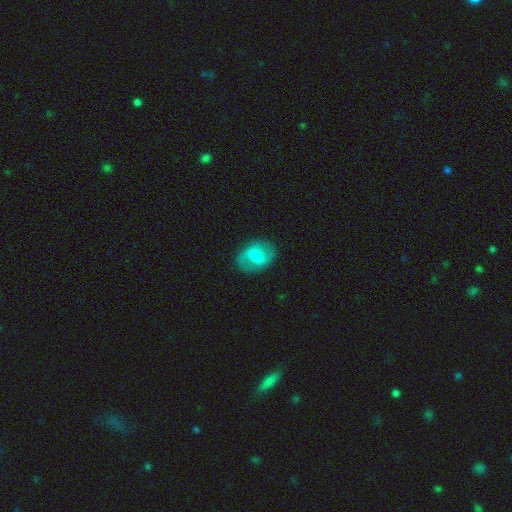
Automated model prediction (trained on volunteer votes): Smooth or featured: featured or disk — 57% (smooth — 36%)
Edge-on disk: no — 97% (yes — 3%)
Bar: weak — 53% (no — 24%)
Spiral arms: yes — 85% (no — 15%)
Bulge size: moderate — 37% (small — 29%)
Merging: none — 79% (minor disturbance — 14%)